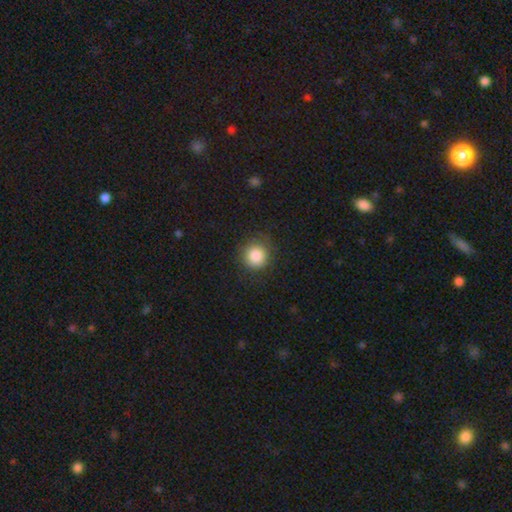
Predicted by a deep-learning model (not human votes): smooth_or_featured: smooth (p=0.86) [alt: star or artifact p=0.10]
how_rounded: round (p=0.93) [alt: in between p=0.06]
merging: none (p=0.85) [alt: minor disturbance p=0.11]